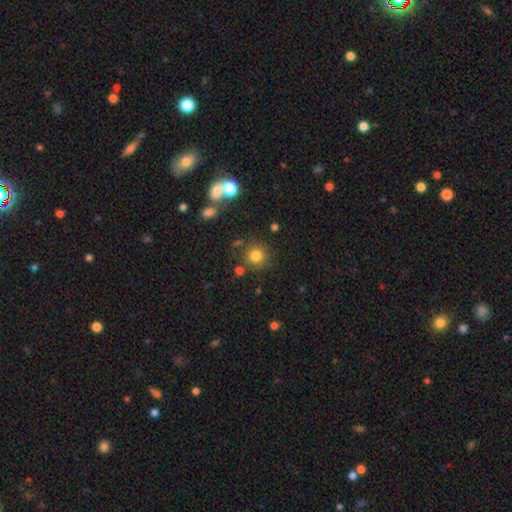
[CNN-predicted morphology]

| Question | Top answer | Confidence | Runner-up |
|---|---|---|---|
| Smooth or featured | smooth | 79% | star or artifact (14%) |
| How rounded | round | 92% | in between (7%) |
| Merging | none | 82% | minor disturbance (9%) |